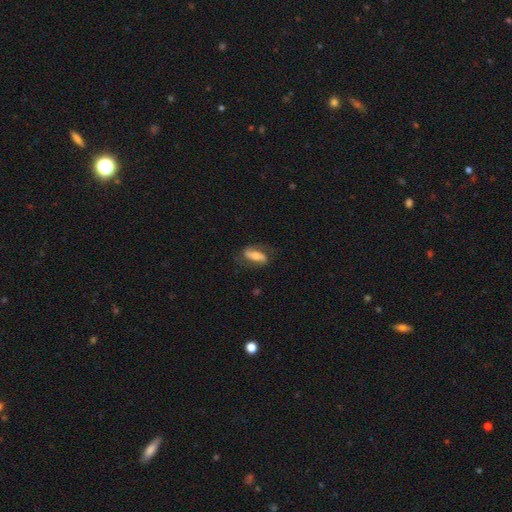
Smooth or featured?
  - featured or disk: 67% *
  - smooth: 31%
  - star or artifact: 3%
Edge-on disk?
  - no: 77% *
  - yes: 23%
Bar?
  - strong: 45% *
  - weak: 30%
  - no: 25%
Spiral arms?
  - yes: 70% *
  - no: 30%
Spiral winding?
  - medium: 43% *
  - tight: 29%
  - loose: 29%
Spiral arm count?
  - 2: 86% *
  - 1: 7%
  - can't tell: 7%
  - 3: 0%
  - 4: 0%
  - more than 4: 0%
Bulge size?
  - moderate: 65% *
  - small: 20%
  - large: 15%
  - dominant: 0%
  - none: 0%
Merging?
  - none: 82% *
  - minor disturbance: 13%
  - major disturbance: 5%
  - merger: 0%